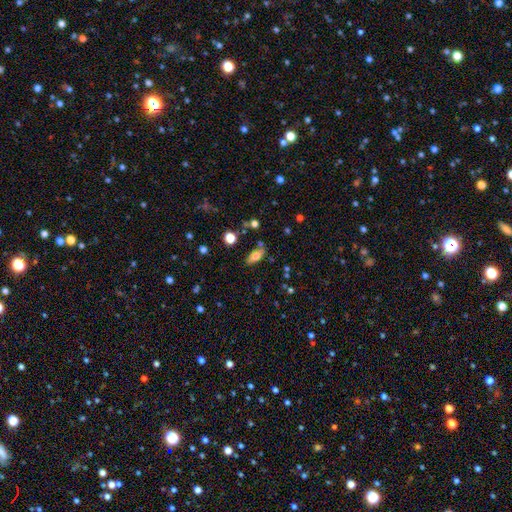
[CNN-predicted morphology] The model was most divided on "smooth or featured": smooth: 72%, featured or disk: 19%, star or artifact: 10%. More confident: how rounded — in between (83%); merging — none (75%).